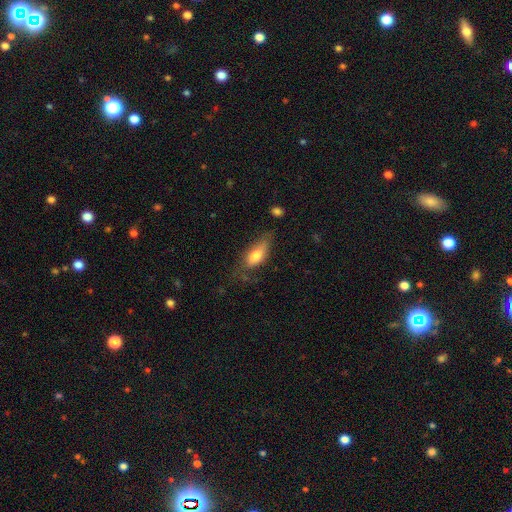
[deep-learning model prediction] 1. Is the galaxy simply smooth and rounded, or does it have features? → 73% smooth, 20% featured or disk, 7% star or artifact.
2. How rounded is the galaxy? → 80% in between, 17% cigar-shaped, 3% round.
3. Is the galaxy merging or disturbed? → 47% none, 32% minor disturbance, 17% major disturbance, 3% merger.